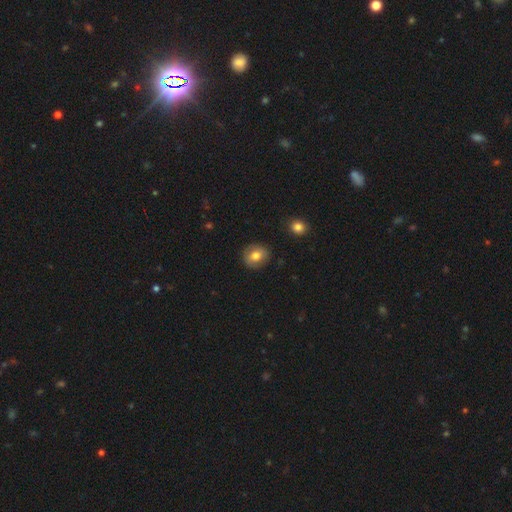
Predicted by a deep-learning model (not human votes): smooth 74%, featured or disk 17%, star or artifact 9%. Down the decision tree: how rounded — round (74%); merging — none (87%).